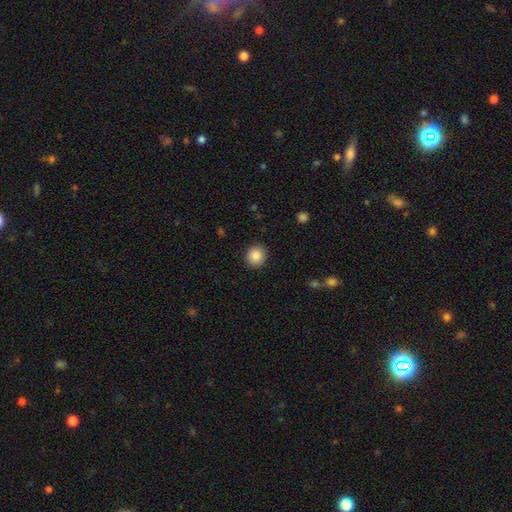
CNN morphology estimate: The model was most divided on "how rounded": round: 88%, in between: 11%, cigar-shaped: 1%. More confident: merging — none (90%); smooth or featured — smooth (87%).